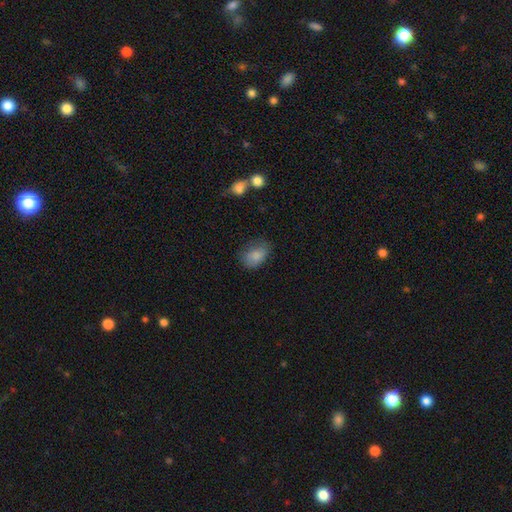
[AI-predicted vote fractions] A smooth galaxy with no disk features (84%) that is in between round and cigar-shaped (82%).

Vote fractions:
- Smooth or featured? smooth: 84% / star or artifact: 9% / featured or disk: 7%
- How rounded? in between: 82% / round: 16% / cigar-shaped: 1%
- Merging? none: 59% / minor disturbance: 29% / major disturbance: 10% / merger: 2%